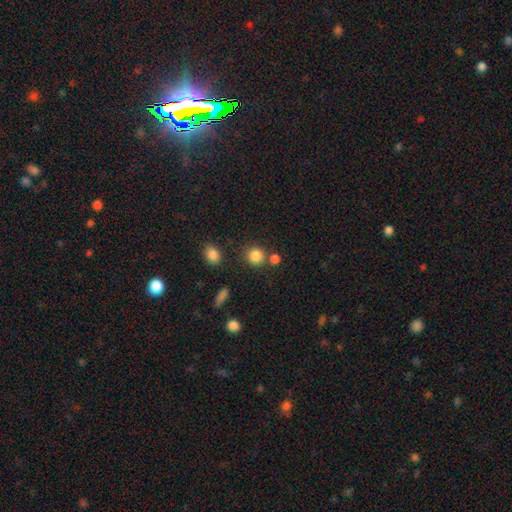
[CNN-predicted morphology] Overall: smooth (84%). How rounded: round (89%). Merging: none (72%).